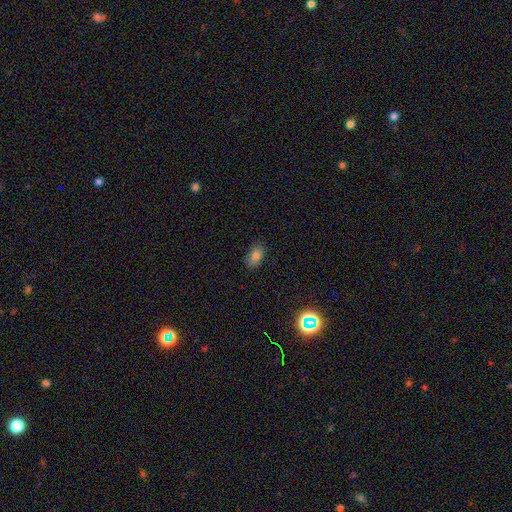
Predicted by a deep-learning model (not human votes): Smooth or featured?
  - smooth: 81% *
  - star or artifact: 11%
  - featured or disk: 8%
How rounded?
  - in between: 89% *
  - round: 9%
  - cigar-shaped: 2%
Merging?
  - none: 81% *
  - minor disturbance: 15%
  - major disturbance: 3%
  - merger: 1%